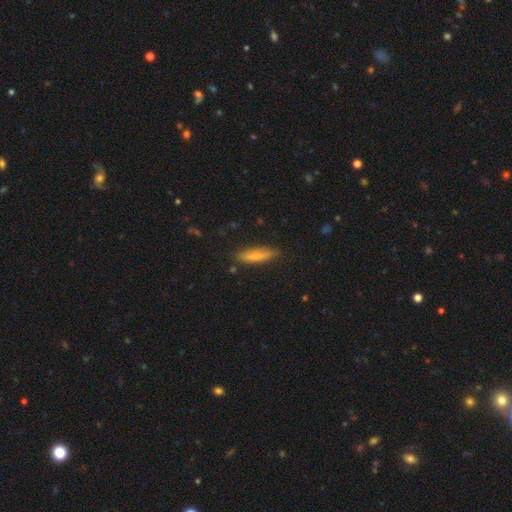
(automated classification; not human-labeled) Q: Smooth or featured?
A: smooth (61%); runner-up: featured or disk (32%)
Q: How rounded?
A: cigar-shaped (71%); runner-up: in between (27%)
Q: Merging?
A: none (82%); runner-up: minor disturbance (14%)